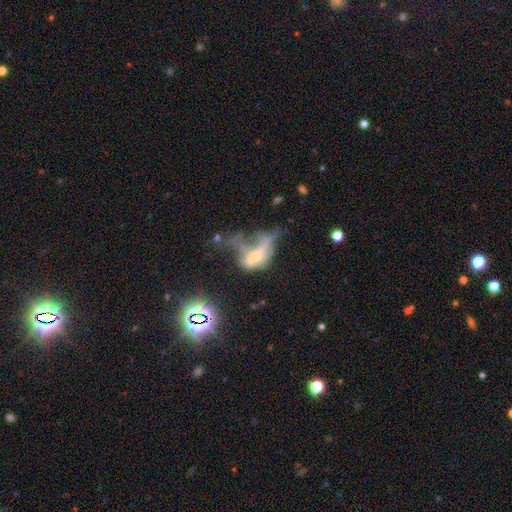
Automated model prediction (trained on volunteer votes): Overall: featured or disk (47%; smooth 35%). Merging: major disturbance (48%; merger 24%).